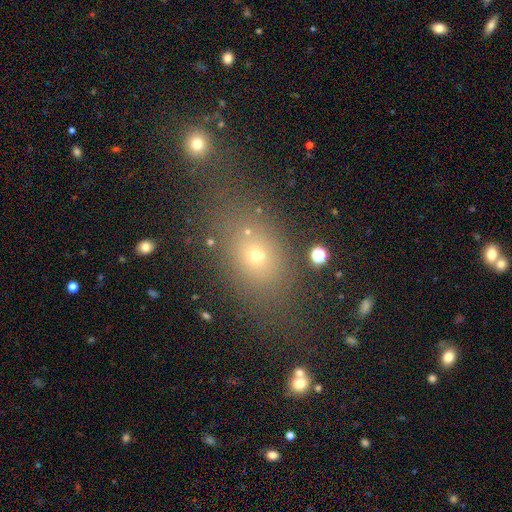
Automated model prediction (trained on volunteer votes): Q: Smooth or featured?
A: smooth (65%); runner-up: star or artifact (21%)
Q: How rounded?
A: in between (67%); runner-up: round (29%)
Q: Merging?
A: none (63%); runner-up: minor disturbance (15%)